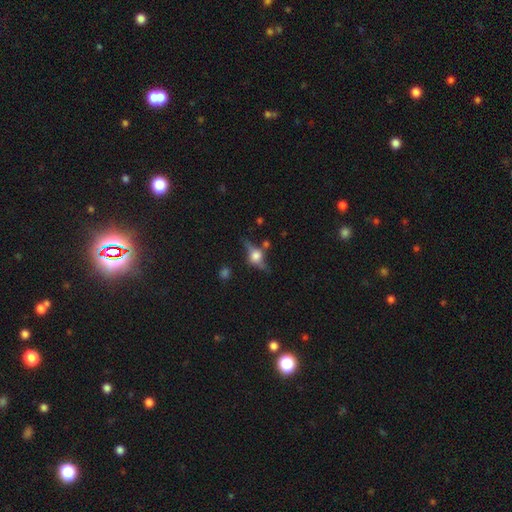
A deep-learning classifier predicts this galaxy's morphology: smooth_or_featured: featured or disk (p=0.66) [alt: smooth p=0.23]
disk_edge_on: yes (p=0.90) [alt: no p=0.10]
edge_on_bulge: rounded (p=0.93) [alt: boxy p=0.06]
merging: none (p=0.70) [alt: minor disturbance p=0.17]